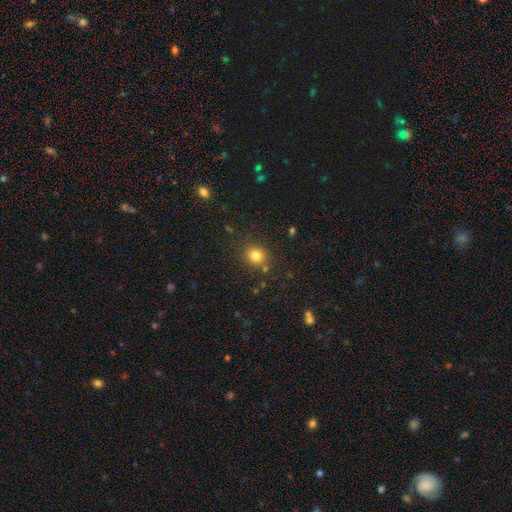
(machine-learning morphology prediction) type=smooth (79%); roundness=round (79%); merging=none (82%).